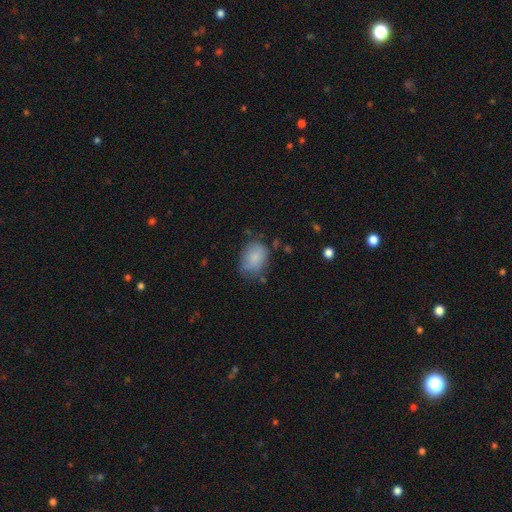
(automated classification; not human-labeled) Smooth or featured: smooth — 84% (featured or disk — 9%)
How rounded: in between — 74% (round — 24%)
Merging: none — 62% (minor disturbance — 27%)